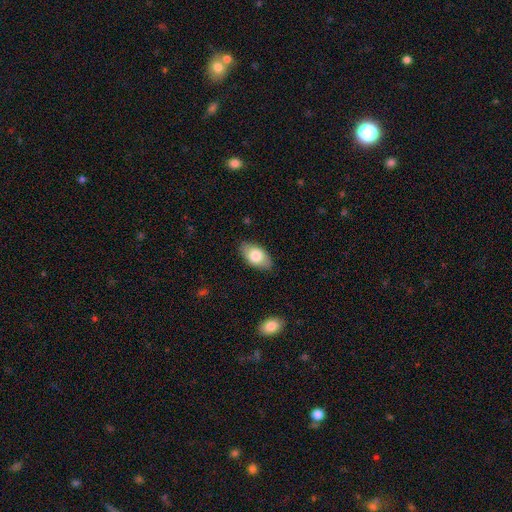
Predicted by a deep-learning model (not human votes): smooth 77%, featured or disk 17%, star or artifact 6%. Down the decision tree: how rounded — in between (94%); merging — none (85%).